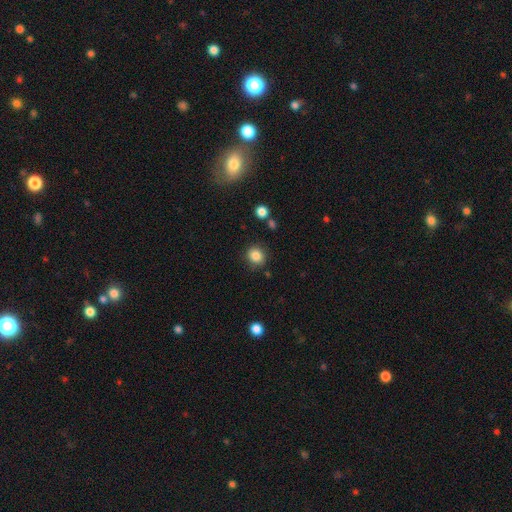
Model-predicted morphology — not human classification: smooth_or_featured: smooth (p=0.85) [alt: star or artifact p=0.10]
how_rounded: round (p=0.81) [alt: in between p=0.18]
merging: none (p=0.85) [alt: minor disturbance p=0.10]